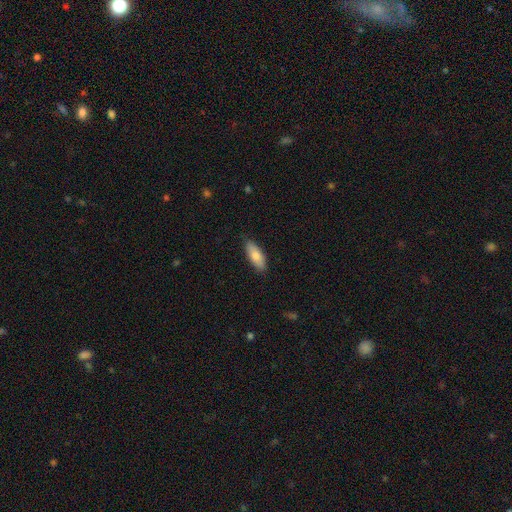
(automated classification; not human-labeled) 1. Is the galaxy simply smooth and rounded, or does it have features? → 78% smooth, 16% featured or disk, 6% star or artifact.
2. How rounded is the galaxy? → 73% in between, 25% cigar-shaped, 2% round.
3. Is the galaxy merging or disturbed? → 85% none, 12% minor disturbance, 2% major disturbance, 1% merger.